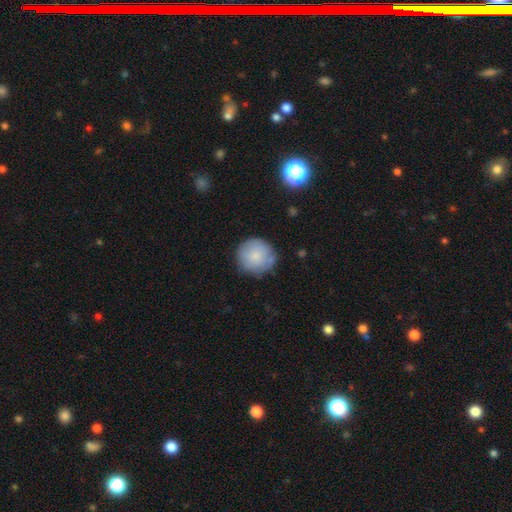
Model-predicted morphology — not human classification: Smooth or featured?
  - smooth: 80% *
  - featured or disk: 14%
  - star or artifact: 6%
How rounded?
  - round: 93% *
  - in between: 6%
  - cigar-shaped: 1%
Merging?
  - none: 77% *
  - minor disturbance: 17%
  - major disturbance: 4%
  - merger: 3%